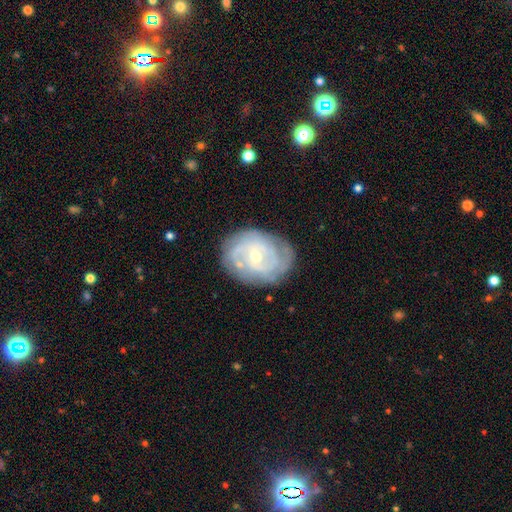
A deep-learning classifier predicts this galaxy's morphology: smooth-or-featured: featured or disk: 79% | smooth: 15% | star or artifact: 6%
  disk-edge-on: no: 97% | yes: 3%
    bar: no: 57% | weak: 35% | strong: 8%
    has-spiral-arms: yes: 86% | no: 14%
      spiral-winding: tight: 64% | medium: 28% | loose: 8%
      spiral-arm-count: can't tell: 39% | 2: 32% | 3: 15% | 4: 6% | 1: 4% | more than 4: 4%
    bulge-size: small: 55% | moderate: 42% | large: 1% | none: 1% | dominant: 1%
  merging: none: 73% | minor disturbance: 19% | major disturbance: 7% | merger: 2%